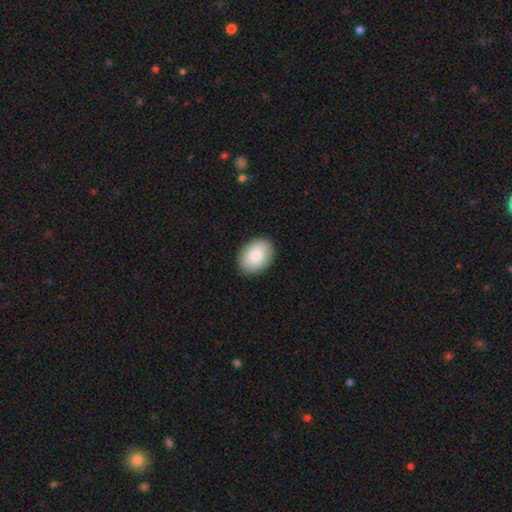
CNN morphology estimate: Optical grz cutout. It shows a smooth galaxy with no disk features (84%) that is in between round and cigar-shaped (75%). Merging: none (88%).